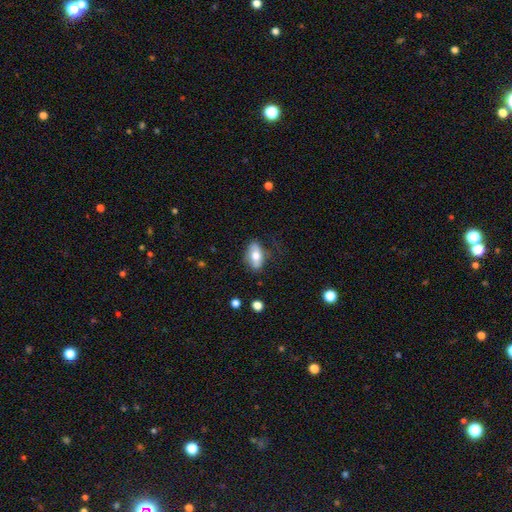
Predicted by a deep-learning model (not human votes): Morphology: type=smooth (66%); roundness=in between (88%); merging=none (68%).